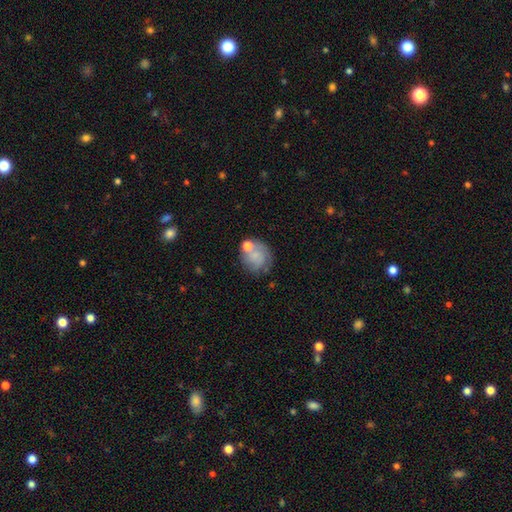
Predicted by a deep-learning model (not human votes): The model was most divided on "smooth or featured": smooth: 54%, featured or disk: 38%, star or artifact: 9%. More confident: how rounded — round (77%); merging — none (54%).